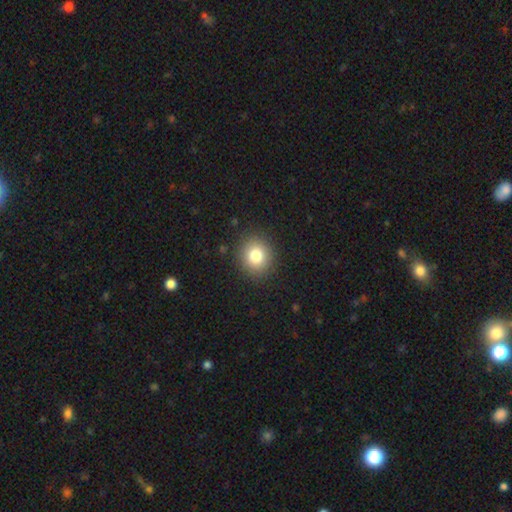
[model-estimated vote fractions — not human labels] Morphology: type=smooth (80%); roundness=round (86%); merging=none (90%).